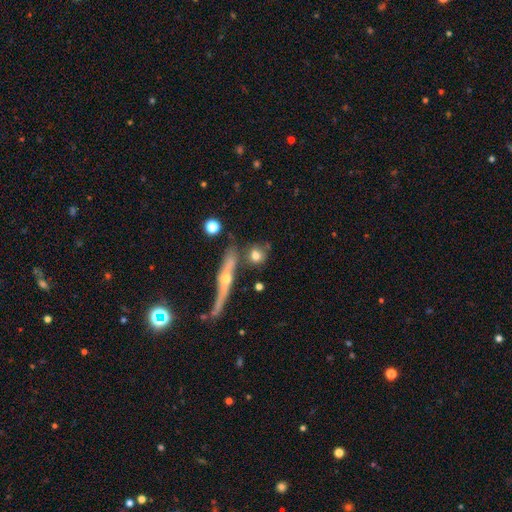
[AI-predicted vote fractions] Morphology: type=smooth (69%); roundness=round (74%); merging=none (68%).